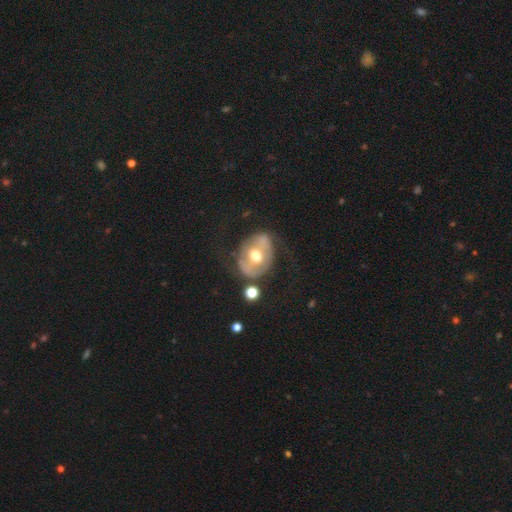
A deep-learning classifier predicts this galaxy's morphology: type=featured or disk (58%); edge-on=no (94%); bar=no (50%); spiral arms=no (65%); bulge=moderate (71%); merging=none (55%).